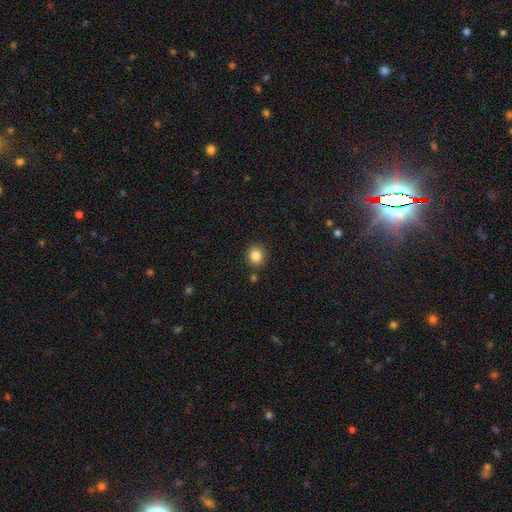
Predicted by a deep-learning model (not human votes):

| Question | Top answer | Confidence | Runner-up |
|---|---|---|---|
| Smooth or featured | smooth | 84% | star or artifact (11%) |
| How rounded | round | 87% | in between (13%) |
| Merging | none | 87% | minor disturbance (7%) |